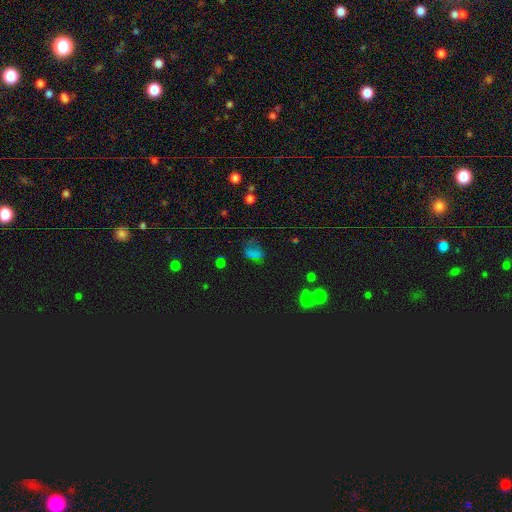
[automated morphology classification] Smooth or featured: smooth — 55% (star or artifact — 34%)
How rounded: in between — 74% (round — 22%)
Merging: none — 53% (minor disturbance — 24%)